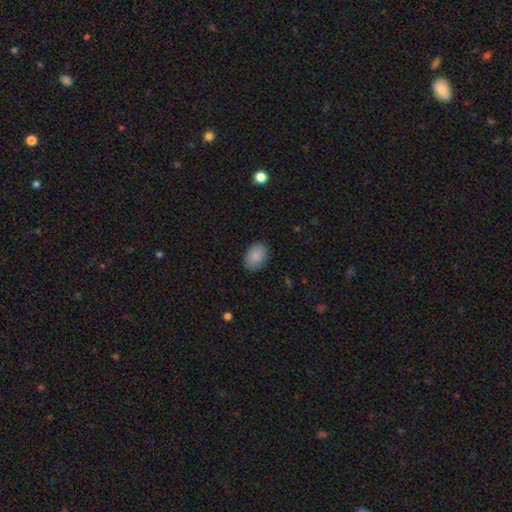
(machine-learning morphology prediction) smooth-or-featured: smooth: 88% | star or artifact: 7% | featured or disk: 5%
  how-rounded: in between: 83% | round: 16% | cigar-shaped: 1%
  merging: none: 86% | minor disturbance: 11% | major disturbance: 3% | merger: 1%